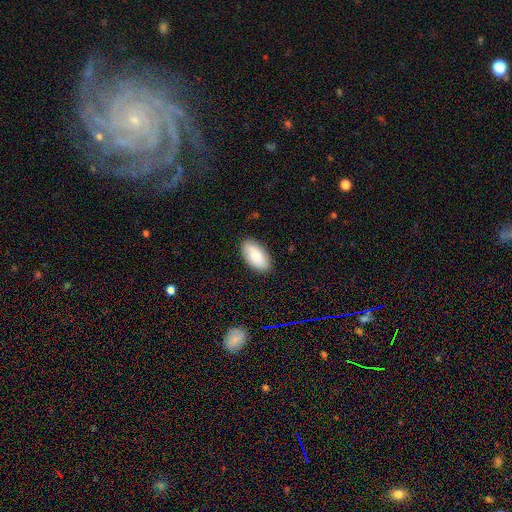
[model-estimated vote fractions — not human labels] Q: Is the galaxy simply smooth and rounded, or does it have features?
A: smooth — 83%.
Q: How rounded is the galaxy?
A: in between — 95%.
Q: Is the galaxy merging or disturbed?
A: none — 86%.